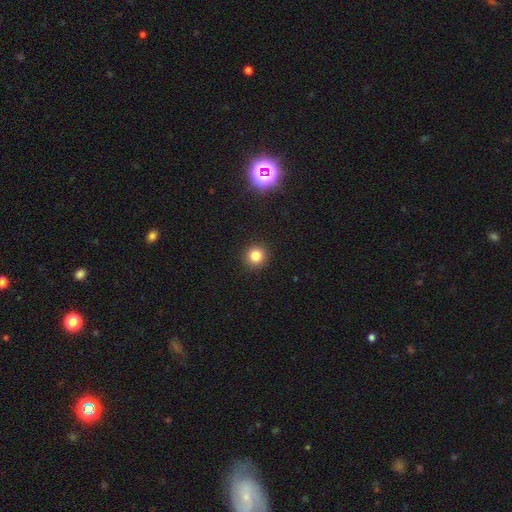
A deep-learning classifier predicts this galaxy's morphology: smooth 82%, star or artifact 13%, featured or disk 5%. Down the decision tree: how rounded — round (92%); merging — none (92%).